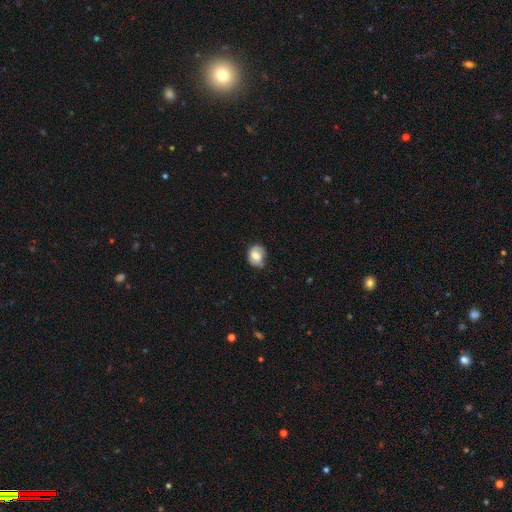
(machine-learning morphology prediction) This appears to be a smooth galaxy with no disk features (54%) that is round (55%). Merging: none (56%).